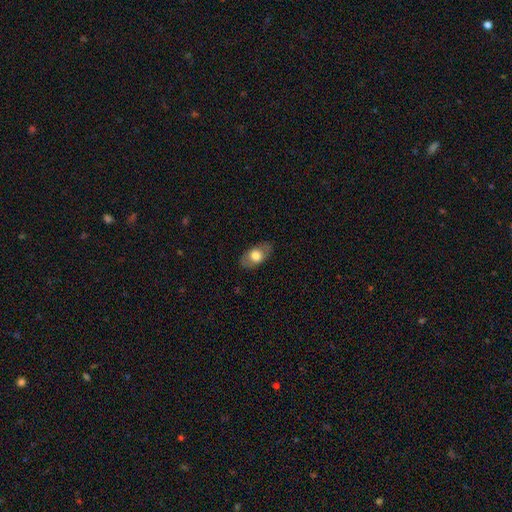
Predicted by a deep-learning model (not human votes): smooth_or_featured: smooth (p=0.68) [alt: featured or disk p=0.25]
how_rounded: in between (p=0.89) [alt: round p=0.08]
merging: none (p=0.82) [alt: minor disturbance p=0.13]